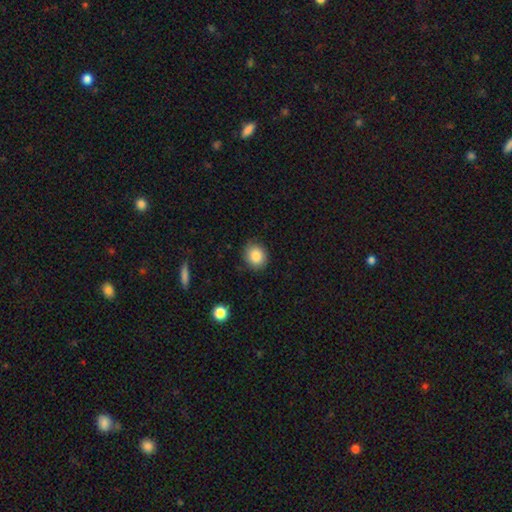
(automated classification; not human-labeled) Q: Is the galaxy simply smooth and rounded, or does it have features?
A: smooth — 87%.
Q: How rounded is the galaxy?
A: round — 68%.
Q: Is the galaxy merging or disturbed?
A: none — 86%.